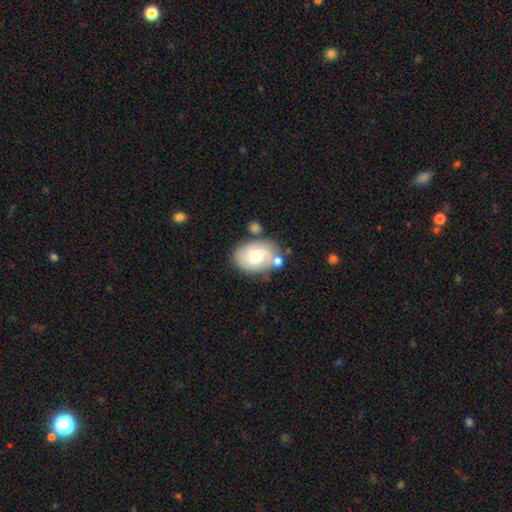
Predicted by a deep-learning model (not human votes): Overall: smooth (52%; featured or disk 40%). How rounded: in between (77%). Merging: none (60%; minor disturbance 20%).